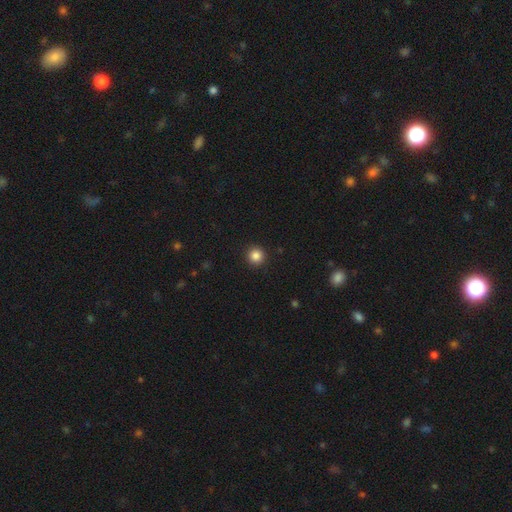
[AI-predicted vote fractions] Smooth or featured: smooth — 85% (star or artifact — 11%)
How rounded: round — 95% (in between — 4%)
Merging: none — 93% (minor disturbance — 5%)